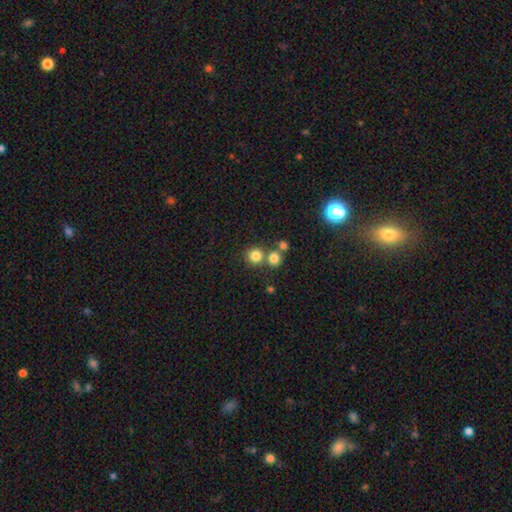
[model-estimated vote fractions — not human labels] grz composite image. It shows a smooth galaxy with no disk features (81%) that is round (91%). Merging: none (67%).